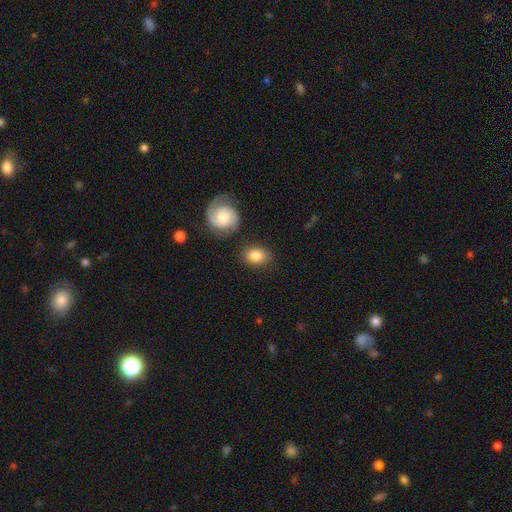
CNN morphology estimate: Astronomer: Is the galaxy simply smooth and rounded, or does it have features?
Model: smooth — 82%.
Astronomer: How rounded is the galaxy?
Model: in between — 65%.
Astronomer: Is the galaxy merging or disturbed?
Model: none — 76%.